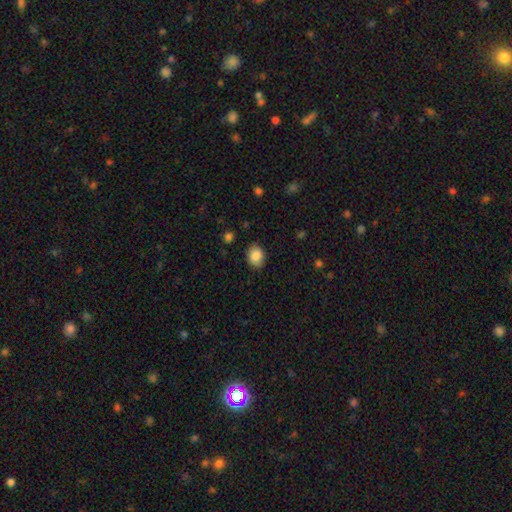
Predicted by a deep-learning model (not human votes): This appears to be a smooth galaxy with no disk features (88%) that is in between round and cigar-shaped (59%). Merging: none (84%).